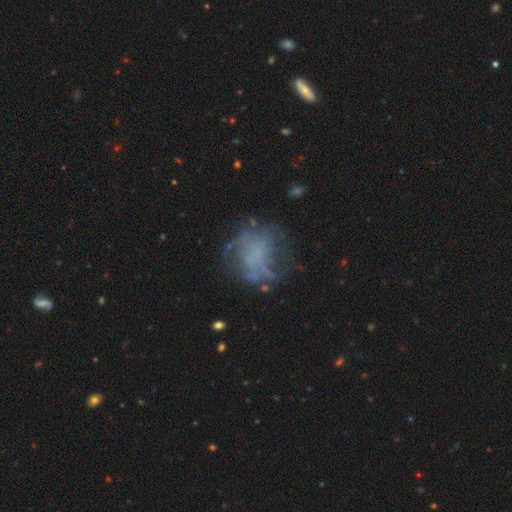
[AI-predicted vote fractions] This appears to be a featured or disk galaxy (49%). Merging: none (53%).